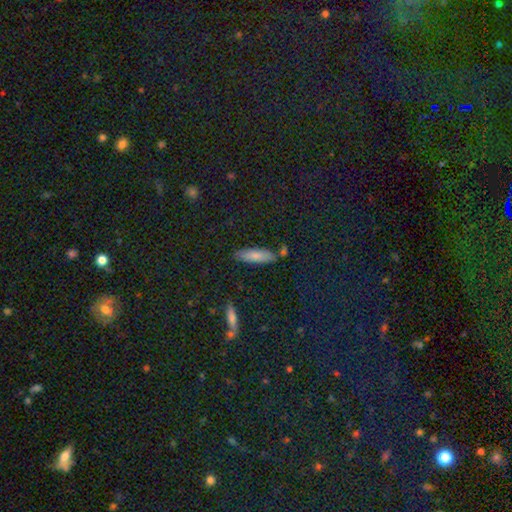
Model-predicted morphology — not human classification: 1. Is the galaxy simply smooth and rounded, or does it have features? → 76% smooth, 14% featured or disk, 9% star or artifact.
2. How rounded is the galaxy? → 56% cigar-shaped, 42% in between, 2% round.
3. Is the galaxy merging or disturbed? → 80% none, 12% minor disturbance, 5% merger, 3% major disturbance.